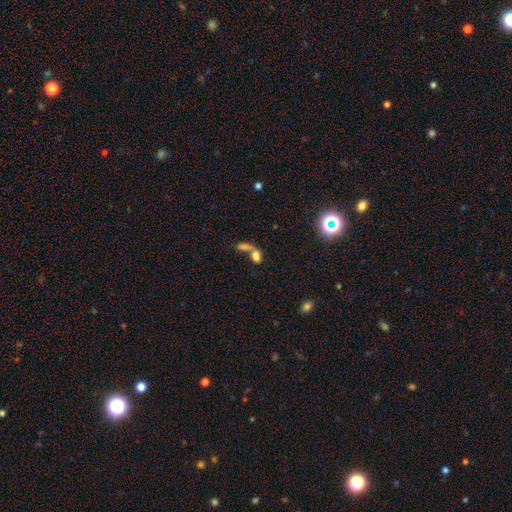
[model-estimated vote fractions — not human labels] Q: Smooth or featured?
A: smooth (73%); runner-up: star or artifact (14%)
Q: How rounded?
A: in between (78%); runner-up: round (14%)
Q: Merging?
A: merger (62%); runner-up: none (26%)